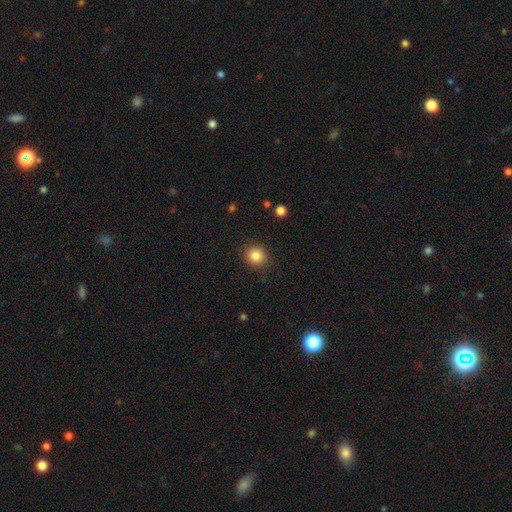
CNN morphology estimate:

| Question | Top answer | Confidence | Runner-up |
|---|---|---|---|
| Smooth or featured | smooth | 85% | star or artifact (10%) |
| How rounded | round | 88% | in between (11%) |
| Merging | none | 89% | minor disturbance (8%) |